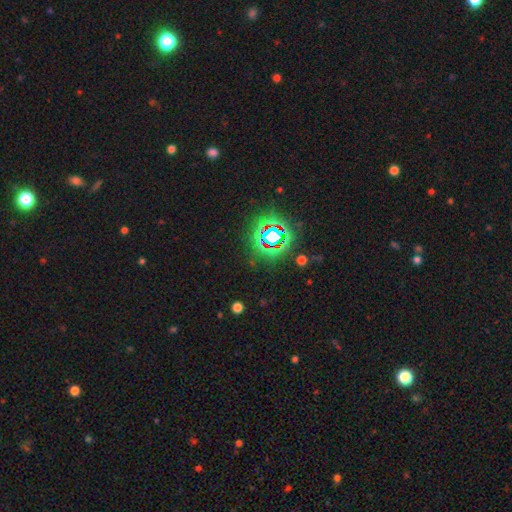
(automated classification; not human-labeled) This appears to be a star or artifact, not a galaxy (79%).